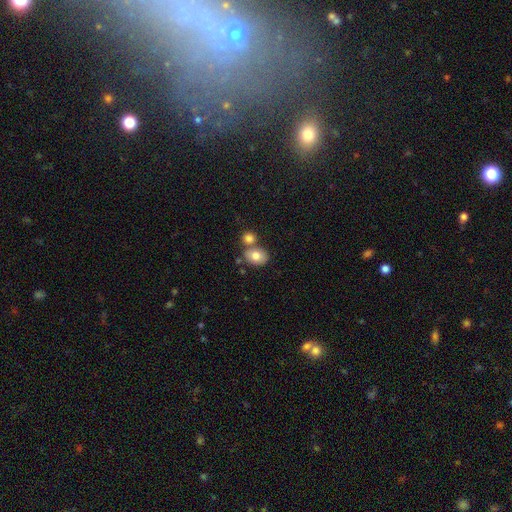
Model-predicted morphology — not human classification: Overall: smooth (79%). How rounded: in between (58%; round 41%). Merging: none (52%; merger 34%).